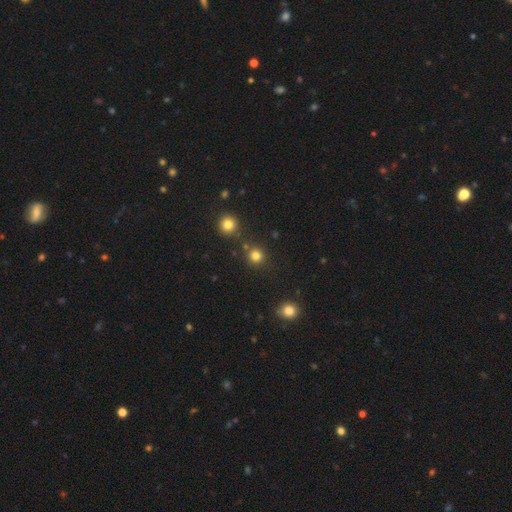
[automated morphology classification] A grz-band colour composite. It shows a smooth galaxy with no disk features (81%) that is round (93%). Merging: none (85%).